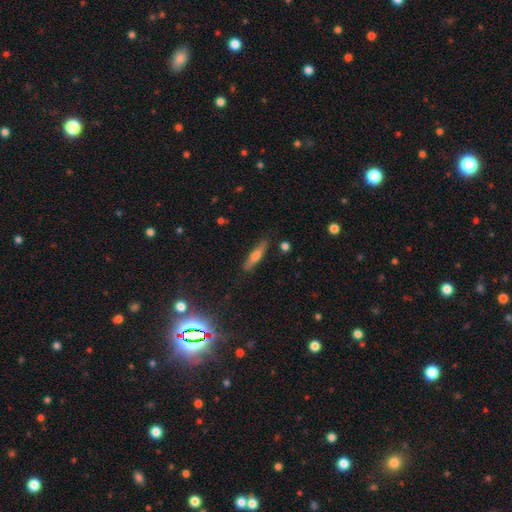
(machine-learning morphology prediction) This is possibly a featured or disk galaxy (47%). Merging: clearly none (88%).